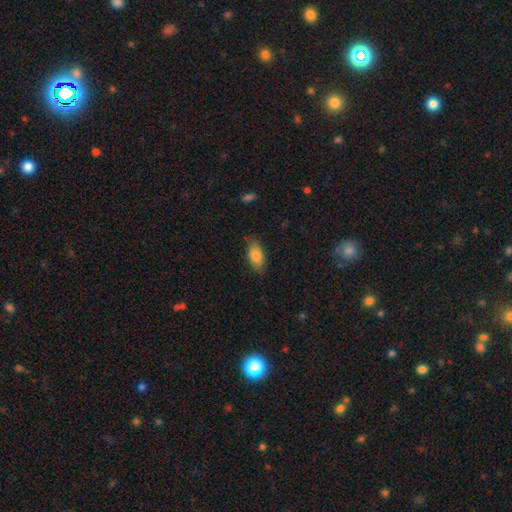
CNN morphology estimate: Smooth or featured? smooth (82%)
How rounded? in between (90%)
Merging? none (77%)